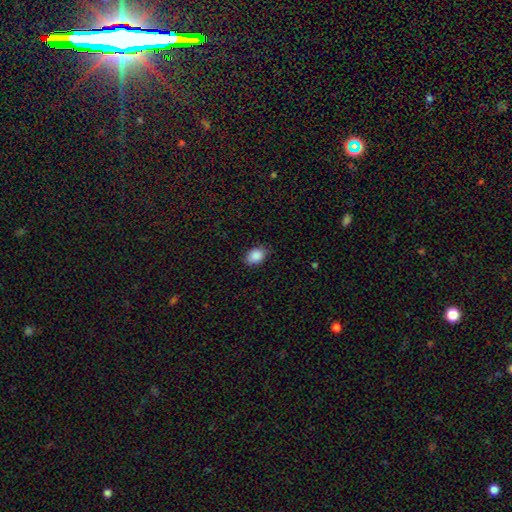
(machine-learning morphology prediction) A smooth galaxy with no disk features (88%) that is in between round and cigar-shaped (81%).

Vote fractions:
- Smooth or featured? smooth: 88% / star or artifact: 8% / featured or disk: 4%
- How rounded? in between: 81% / round: 18% / cigar-shaped: 1%
- Merging? none: 81% / minor disturbance: 15% / major disturbance: 3% / merger: 1%